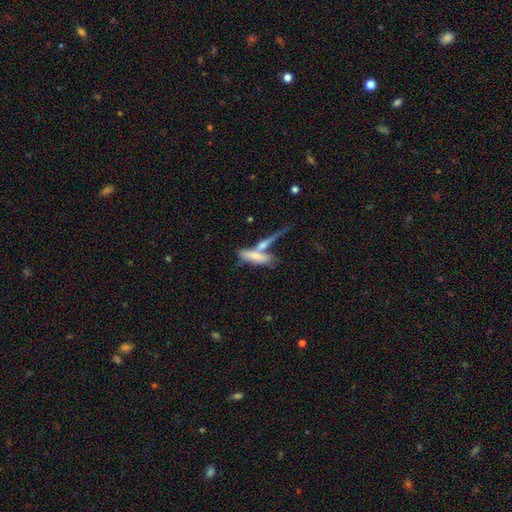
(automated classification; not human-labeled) smooth 62%, featured or disk 31%, star or artifact 7%. Down the decision tree: how rounded — cigar-shaped (60%); merging — merger (47%).